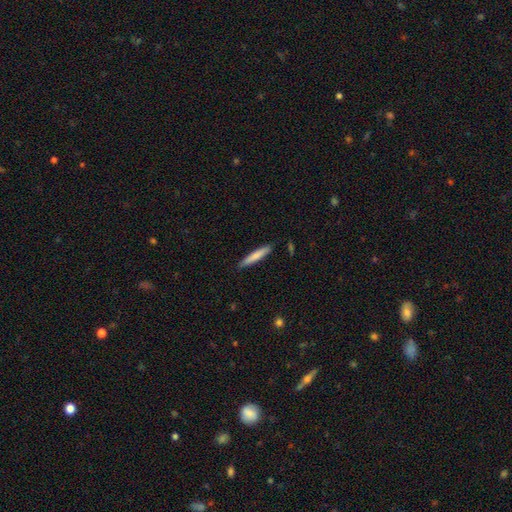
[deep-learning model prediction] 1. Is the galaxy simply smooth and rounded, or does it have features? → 77% smooth, 17% featured or disk, 6% star or artifact.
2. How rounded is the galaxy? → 92% cigar-shaped, 7% in between, 1% round.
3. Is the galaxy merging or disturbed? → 86% none, 10% minor disturbance, 2% major disturbance, 1% merger.